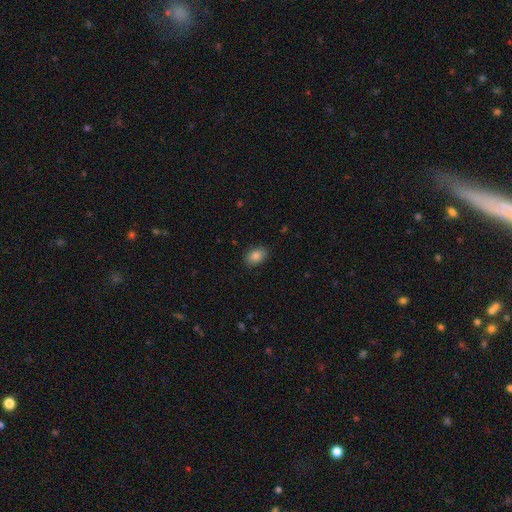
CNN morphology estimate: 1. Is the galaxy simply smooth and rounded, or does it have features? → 86% smooth, 8% star or artifact, 6% featured or disk.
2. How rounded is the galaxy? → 83% in between, 16% round, 1% cigar-shaped.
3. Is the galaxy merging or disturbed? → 87% none, 10% minor disturbance, 2% major disturbance, 1% merger.